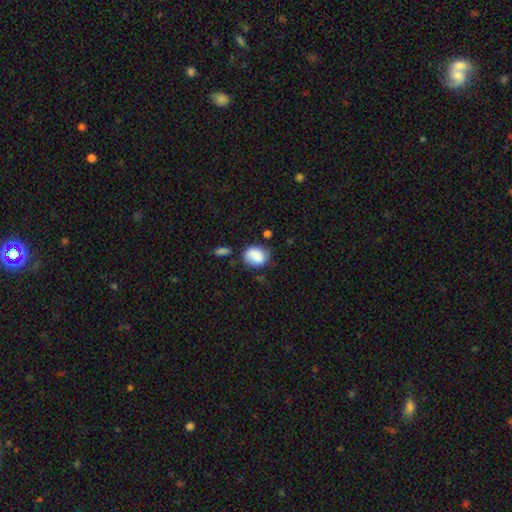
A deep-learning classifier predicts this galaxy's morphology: Smooth or featured: smooth — 82% (featured or disk — 9%)
How rounded: in between — 50% (round — 49%)
Merging: none — 60% (minor disturbance — 26%)